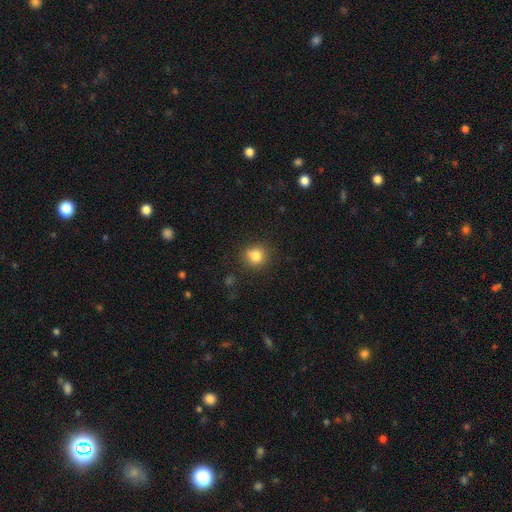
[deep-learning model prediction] Smooth or featured? Predicted: smooth (p=0.82). How rounded? Predicted: round (p=0.86). Merging? Predicted: none (p=0.83).